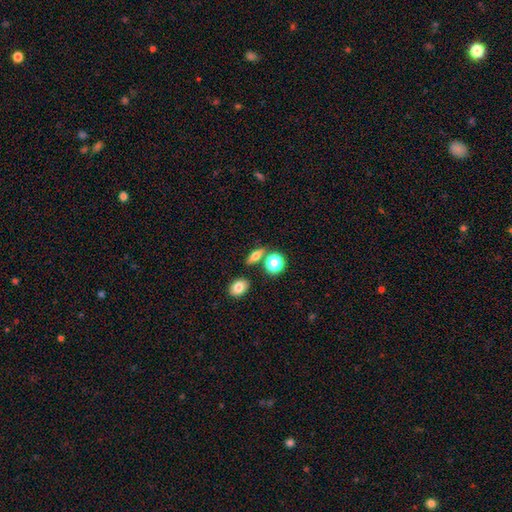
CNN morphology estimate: A smooth galaxy with no disk features (59%) that is in between round and cigar-shaped (50%). Merging: none (78%).